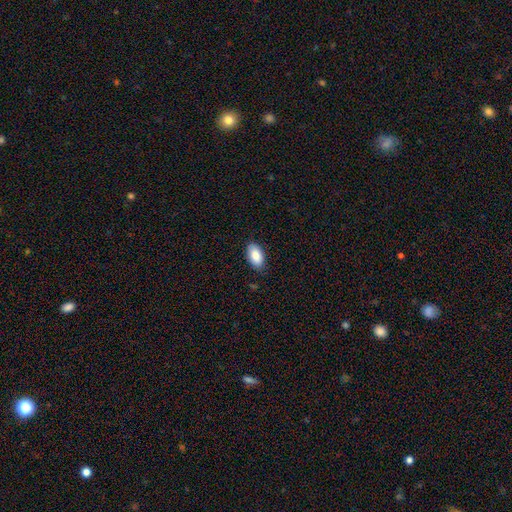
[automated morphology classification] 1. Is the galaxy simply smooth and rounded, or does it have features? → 86% smooth, 7% featured or disk, 7% star or artifact.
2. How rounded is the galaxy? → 94% in between, 4% round, 2% cigar-shaped.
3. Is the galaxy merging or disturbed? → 86% none, 11% minor disturbance, 2% major disturbance, 1% merger.